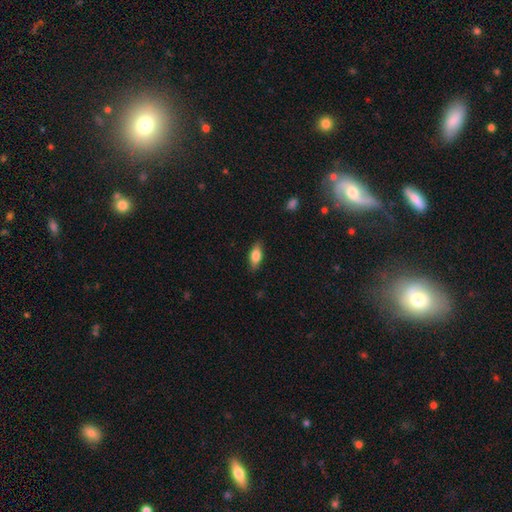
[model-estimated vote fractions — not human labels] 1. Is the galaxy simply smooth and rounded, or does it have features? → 74% smooth, 19% featured or disk, 6% star or artifact.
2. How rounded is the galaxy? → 76% in between, 21% cigar-shaped, 3% round.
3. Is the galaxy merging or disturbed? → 85% none, 11% minor disturbance, 2% major disturbance, 1% merger.